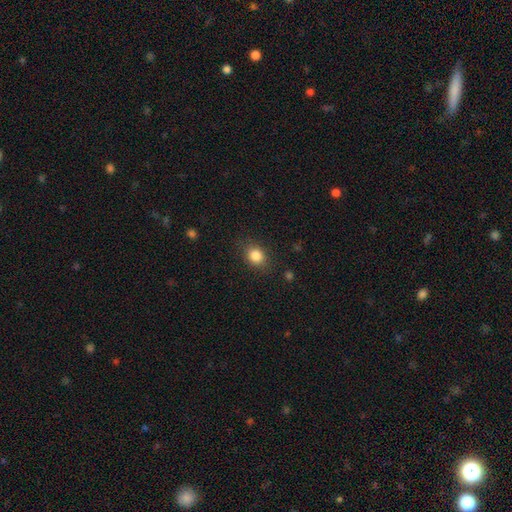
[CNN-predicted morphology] Smooth or featured: smooth — 84% (star or artifact — 10%)
How rounded: round — 57% (in between — 41%)
Merging: none — 83% (minor disturbance — 12%)